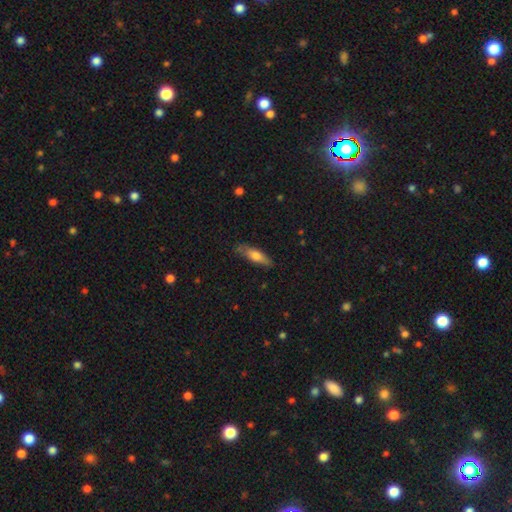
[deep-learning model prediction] smooth 67%, featured or disk 27%, star or artifact 6%. Down the decision tree: how rounded — cigar-shaped (56%); merging — none (80%).